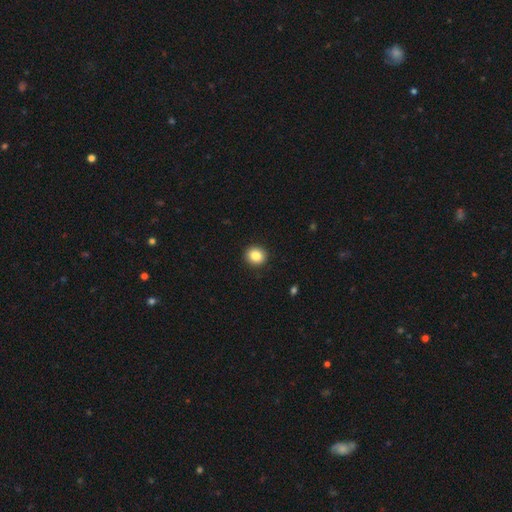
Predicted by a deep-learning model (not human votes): A smooth galaxy with no disk features (85%) that is round (83%).

Vote fractions:
- Smooth or featured? smooth: 85% / star or artifact: 9% / featured or disk: 5%
- How rounded? round: 83% / in between: 16% / cigar-shaped: 1%
- Merging? none: 92% / minor disturbance: 5% / major disturbance: 2% / merger: 1%